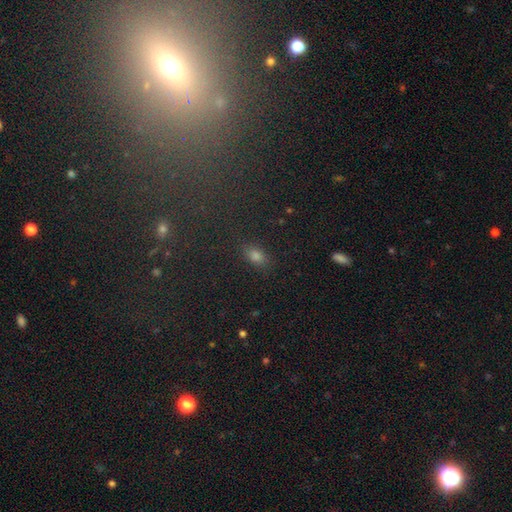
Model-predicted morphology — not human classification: Smooth or featured? smooth (74%)
How rounded? in between (83%)
Merging? none (86%)